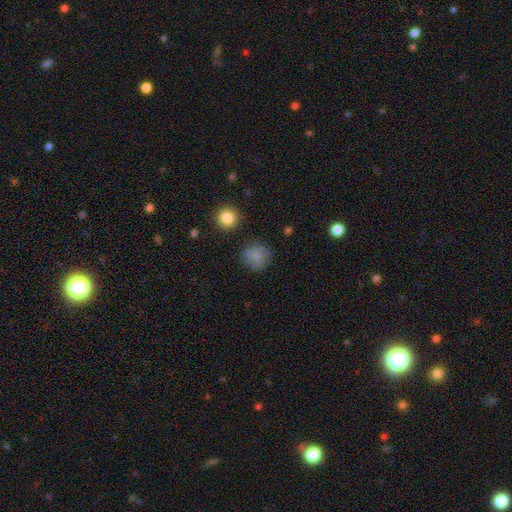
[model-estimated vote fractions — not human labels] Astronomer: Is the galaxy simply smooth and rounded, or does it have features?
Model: smooth — 80%.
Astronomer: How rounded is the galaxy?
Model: round — 88%.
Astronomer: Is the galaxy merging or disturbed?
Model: none — 73%.